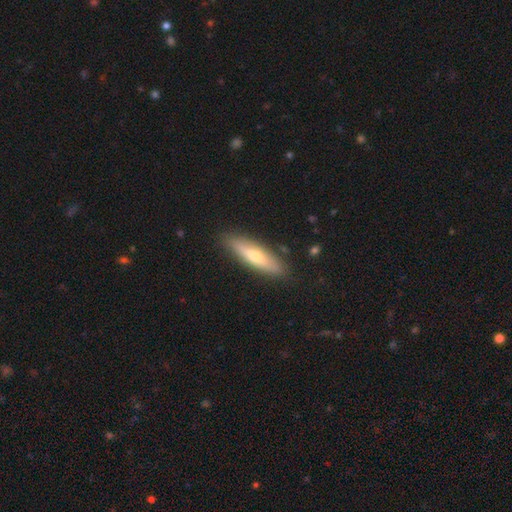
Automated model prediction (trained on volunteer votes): smooth 52%, featured or disk 41%, star or artifact 7%. Down the decision tree: how rounded — cigar-shaped (69%); merging — none (88%).